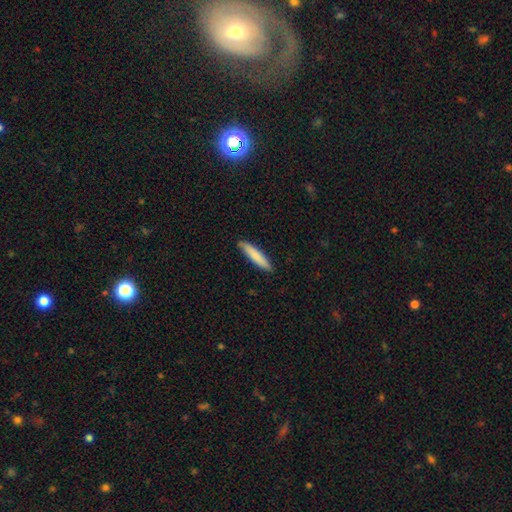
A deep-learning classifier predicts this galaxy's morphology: A smooth galaxy with no disk features (78%) that is cigar-shaped (87%). Merging: none (88%).